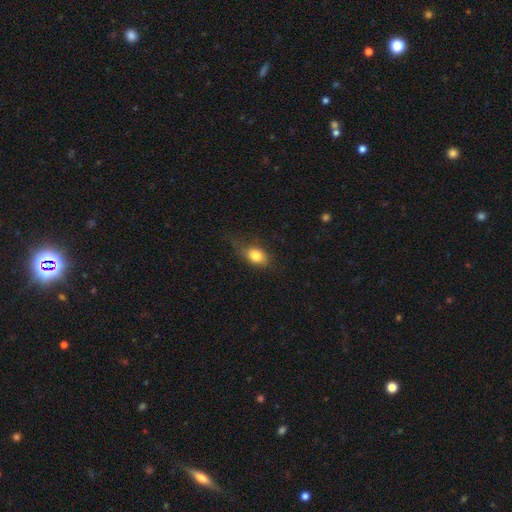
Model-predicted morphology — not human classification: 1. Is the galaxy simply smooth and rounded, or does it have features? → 81% smooth, 11% featured or disk, 9% star or artifact.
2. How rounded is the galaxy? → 76% in between, 19% round, 5% cigar-shaped.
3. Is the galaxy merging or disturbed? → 57% none, 29% minor disturbance, 13% major disturbance, 2% merger.